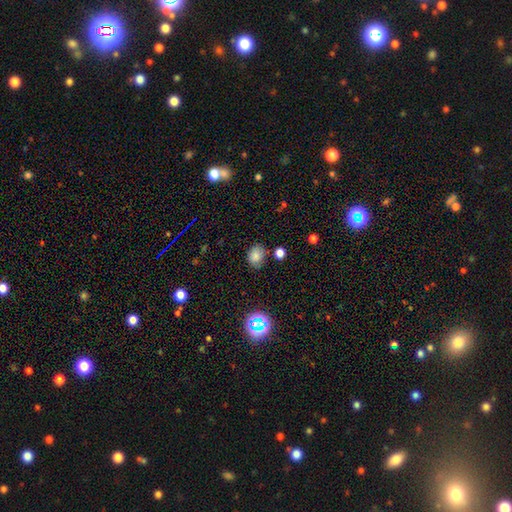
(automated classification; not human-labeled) A smooth galaxy with no disk features (79%) that is in between round and cigar-shaped (54%).

Vote fractions:
- Smooth or featured? smooth: 79% / star or artifact: 14% / featured or disk: 7%
- How rounded? in between: 54% / round: 45% / cigar-shaped: 1%
- Merging? none: 74% / minor disturbance: 18% / merger: 4% / major disturbance: 4%